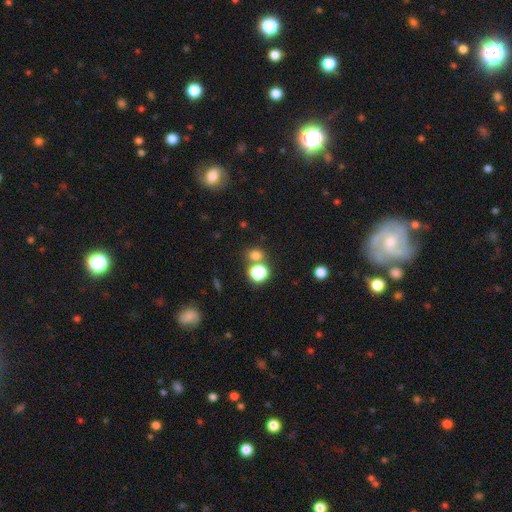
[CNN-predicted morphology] A smooth galaxy with no disk features (73%) that is round (68%). Merging: none (63%).